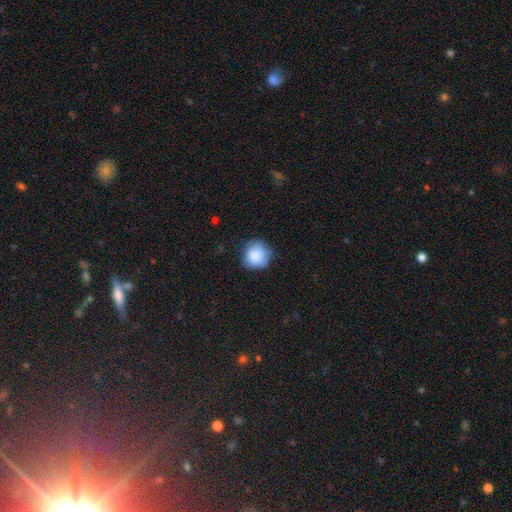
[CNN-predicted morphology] The model was most divided on "merging": none: 71%, minor disturbance: 22%, major disturbance: 5%, merger: 2%. More confident: how rounded — round (85%); smooth or featured — smooth (83%).